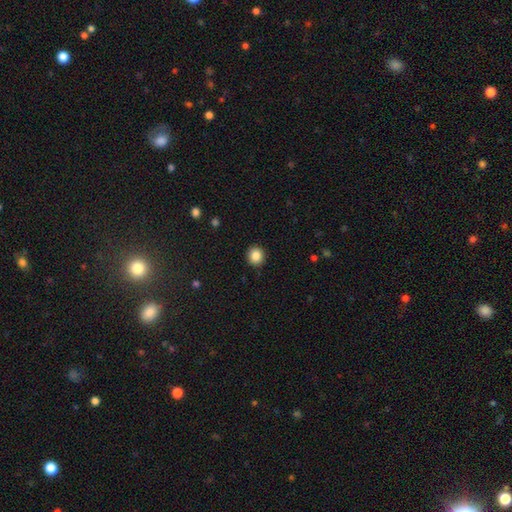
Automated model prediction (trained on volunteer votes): Q: Smooth or featured?
A: smooth (86%); runner-up: star or artifact (10%)
Q: How rounded?
A: round (89%); runner-up: in between (10%)
Q: Merging?
A: none (91%); runner-up: minor disturbance (6%)